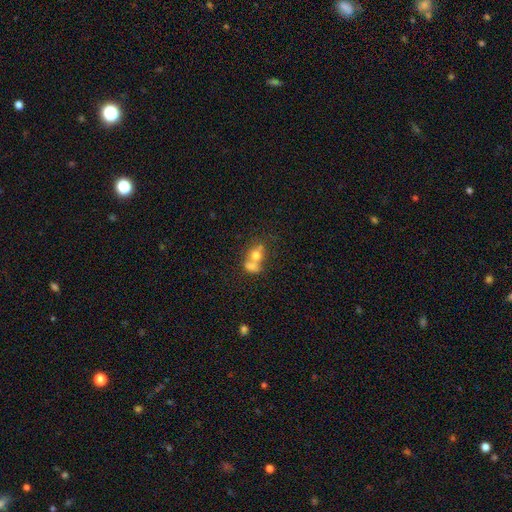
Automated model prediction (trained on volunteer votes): Overall: smooth (67%). How rounded: round (52%; in between 46%). Merging: merger (68%).